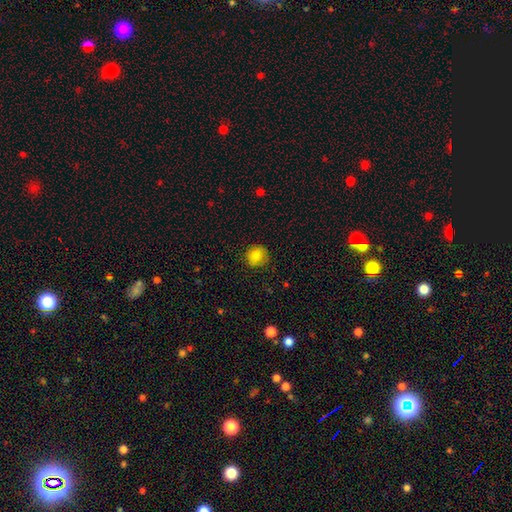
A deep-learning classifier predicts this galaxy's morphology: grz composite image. It shows a smooth galaxy with no disk features (85%) that is round (88%). Merging: none (85%).